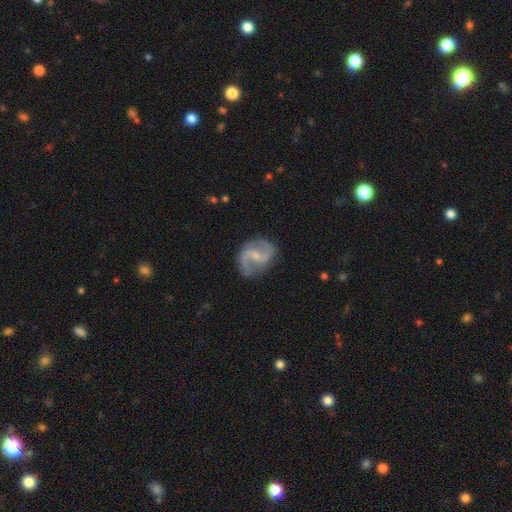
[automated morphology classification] This is clearly a featured or disk galaxy (89%). It is clearly not viewed edge-on (98%). Bar: possibly weak (50%). Spiral arm pattern: clearly yes (96%). Spiral arm count: clearly 2 (93%). Spiral winding: possibly medium (48%). Central bulge: likely small (68%). Merging: clearly none (81%).